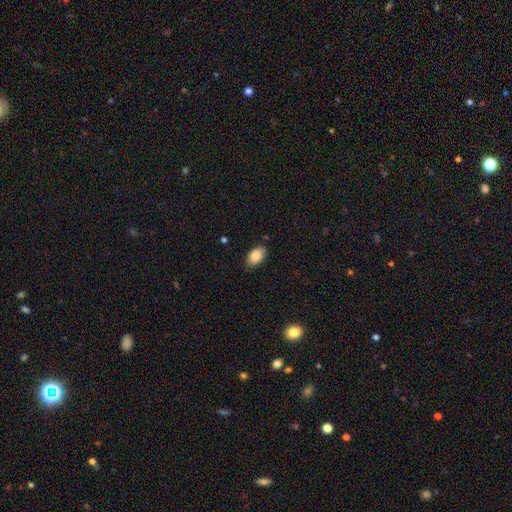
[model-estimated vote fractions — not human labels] Smooth or featured? Predicted: smooth (p=0.87). How rounded? Predicted: in between (p=0.94). Merging? Predicted: none (p=0.84).